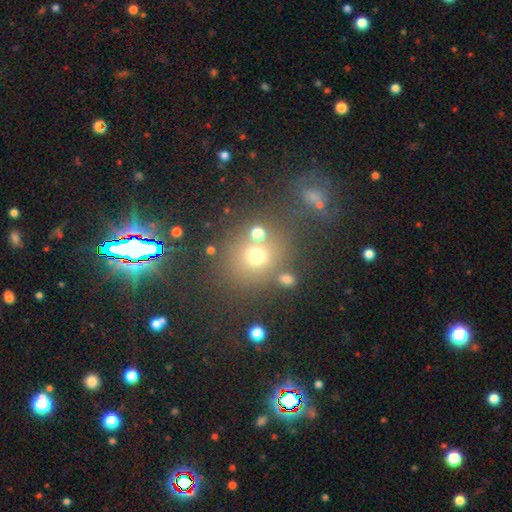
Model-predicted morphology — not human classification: star or artifact 44% (tied), smooth 44% (tied), featured or disk 11%.